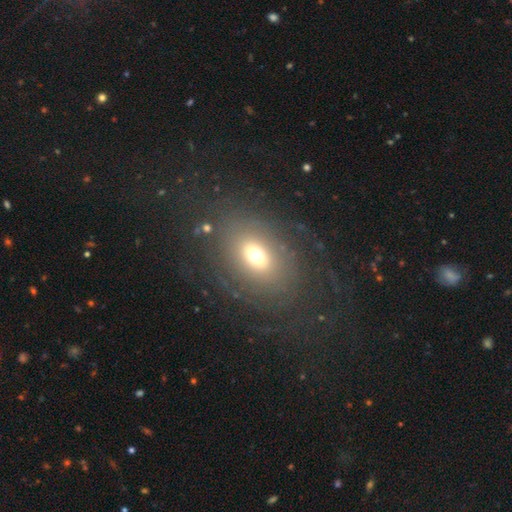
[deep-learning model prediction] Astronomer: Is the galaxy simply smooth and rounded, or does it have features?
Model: smooth — 52% (runner-up: featured or disk, 32%).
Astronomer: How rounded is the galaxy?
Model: in between — 65%.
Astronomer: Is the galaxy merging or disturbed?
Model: none — 74%.